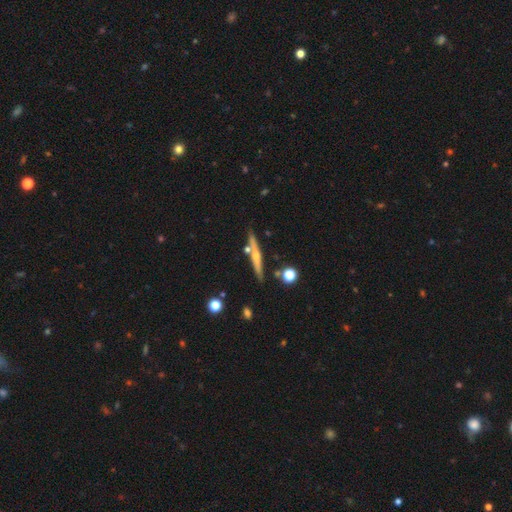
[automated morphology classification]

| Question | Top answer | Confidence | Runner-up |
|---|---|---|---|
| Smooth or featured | featured or disk | 67% | smooth (26%) |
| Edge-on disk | yes | 96% | no (4%) |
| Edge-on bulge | rounded | 81% | none (15%) |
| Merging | none | 81% | minor disturbance (9%) |